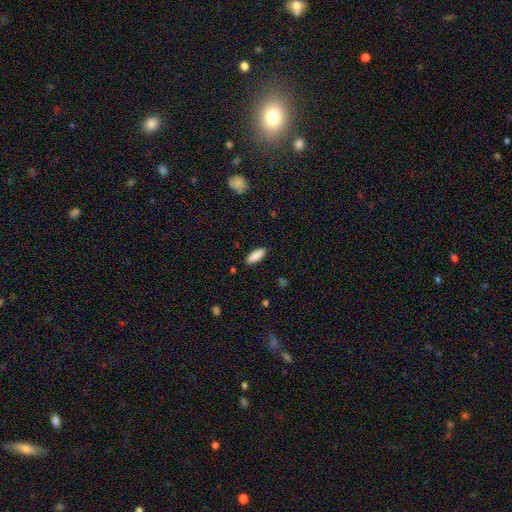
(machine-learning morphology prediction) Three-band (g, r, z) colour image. It shows a smooth galaxy with no disk features (88%) that is in between round and cigar-shaped (73%). Merging: none (88%).